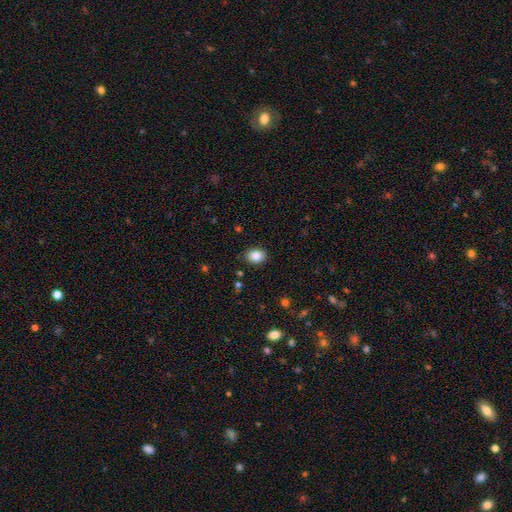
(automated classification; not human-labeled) A smooth galaxy with no disk features (86%) that is in between round and cigar-shaped (67%).

Vote fractions:
- Smooth or featured? smooth: 86% / star or artifact: 9% / featured or disk: 5%
- How rounded? in between: 67% / round: 32% / cigar-shaped: 1%
- Merging? none: 88% / minor disturbance: 9% / major disturbance: 2% / merger: 1%